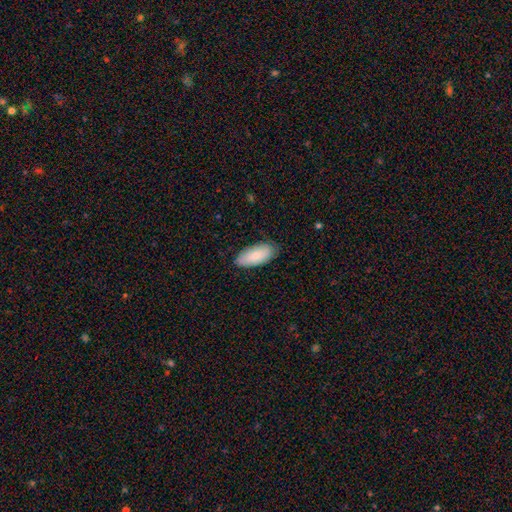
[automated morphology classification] The model was most divided on "merging": none: 82%, minor disturbance: 15%, major disturbance: 2%, merger: 1%. More confident: how rounded — in between (91%); smooth or featured — smooth (85%).